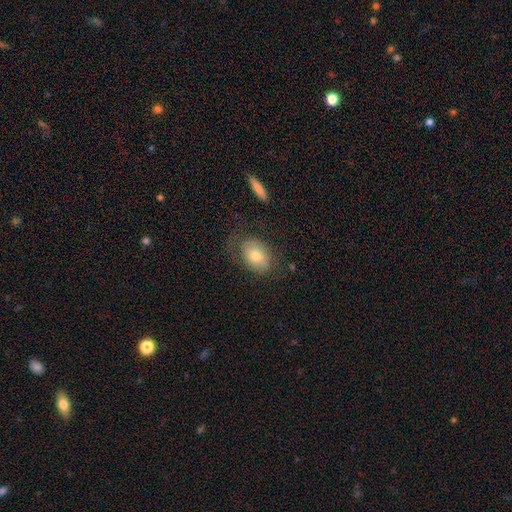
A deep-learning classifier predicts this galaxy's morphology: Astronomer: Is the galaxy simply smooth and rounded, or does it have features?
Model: smooth — 65%.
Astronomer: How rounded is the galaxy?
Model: in between — 79%.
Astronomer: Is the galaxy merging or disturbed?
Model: none — 59%.